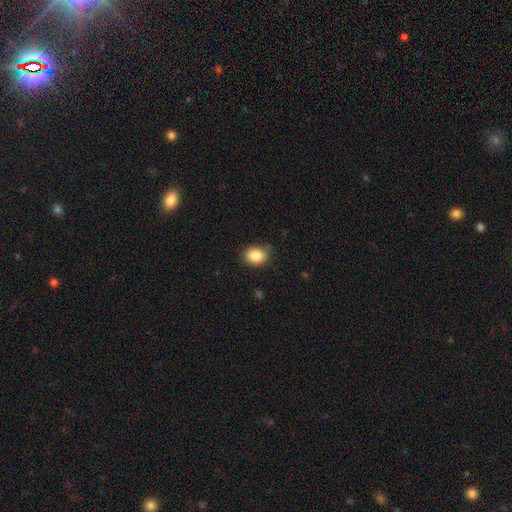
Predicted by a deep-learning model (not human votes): The model was most divided on "how rounded": round: 59%, in between: 41%, cigar-shaped: 1%. More confident: smooth or featured — smooth (86%); merging — none (83%).